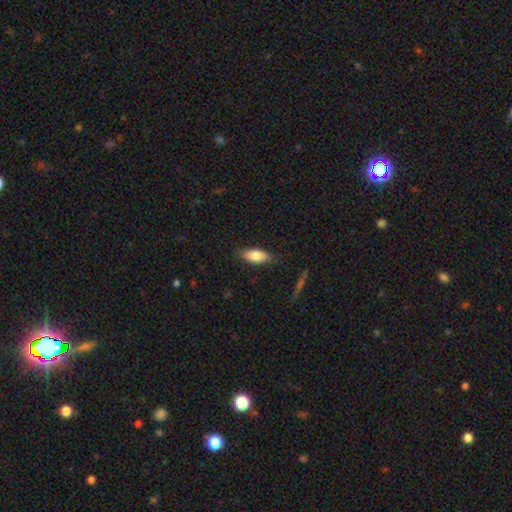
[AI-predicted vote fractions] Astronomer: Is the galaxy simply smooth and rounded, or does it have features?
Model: smooth — 79%.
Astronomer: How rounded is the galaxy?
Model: in between — 82%.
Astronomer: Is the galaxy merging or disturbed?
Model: none — 84%.